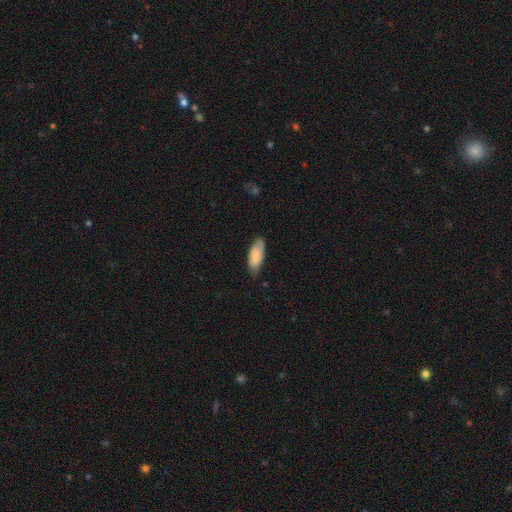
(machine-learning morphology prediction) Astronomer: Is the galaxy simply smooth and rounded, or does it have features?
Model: smooth — 80%.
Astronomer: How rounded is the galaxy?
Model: in between — 82%.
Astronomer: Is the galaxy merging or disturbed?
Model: none — 71%.